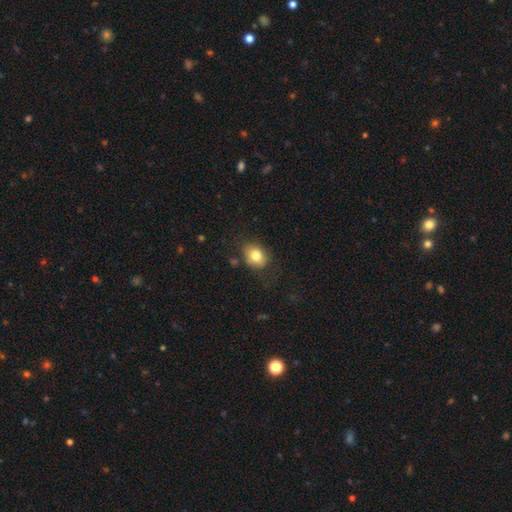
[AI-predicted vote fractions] This is clearly a smooth galaxy (81%). How rounded: possibly in between (59%). Merging: likely none (69%).